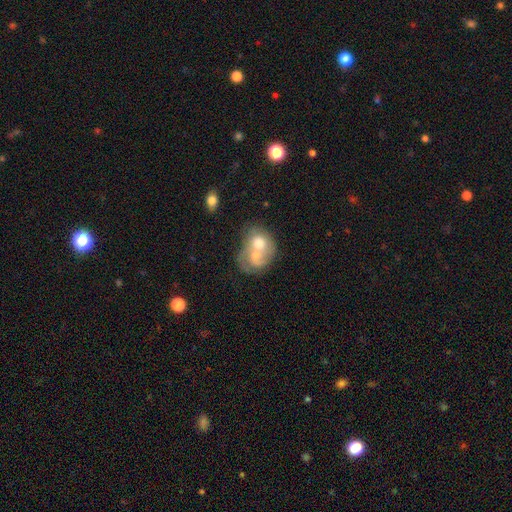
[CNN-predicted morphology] Smooth or featured?
  - featured or disk: 48% *
  - smooth: 46%
  - star or artifact: 6%
Merging?
  - merger: 77% *
  - none: 12%
  - minor disturbance: 6%
  - major disturbance: 5%